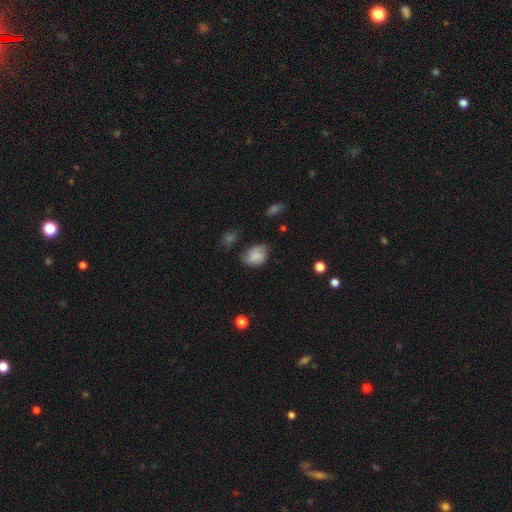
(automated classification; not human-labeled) Morphology: type=smooth (76%); roundness=in between (70%); merging=none (52%).